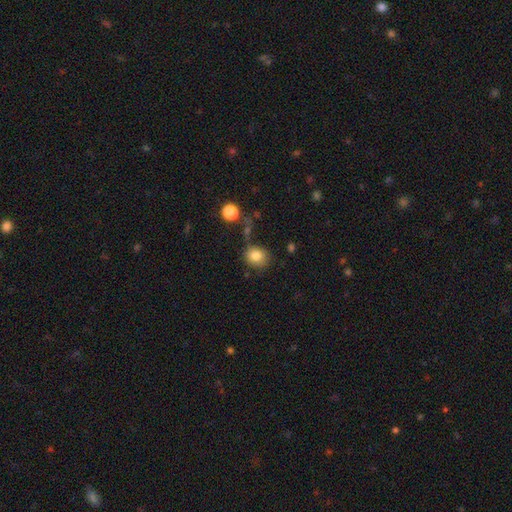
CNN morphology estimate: type=smooth (83%); roundness=round (75%); merging=none (68%).